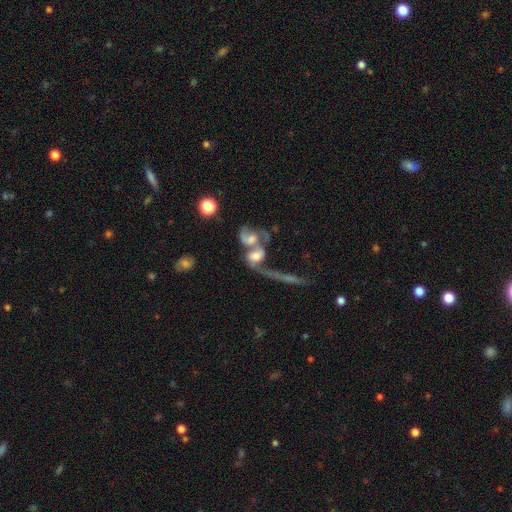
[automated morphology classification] Overall: featured or disk (59%; smooth 31%). Edge-on disk: no (91%). Bar: no (66%). Spiral arms: yes (72%). Bulge size: moderate (43%; large 25%). Merging: merger (76%).